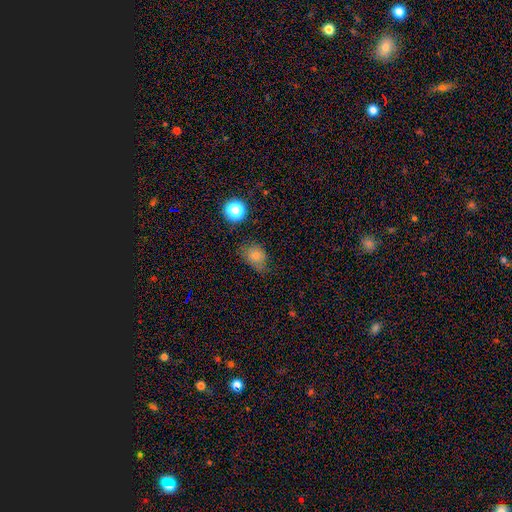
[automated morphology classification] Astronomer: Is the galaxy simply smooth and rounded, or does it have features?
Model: smooth — 75%.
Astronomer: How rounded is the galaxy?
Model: in between — 52% (runner-up: round, 47%).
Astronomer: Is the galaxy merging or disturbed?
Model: none — 56%.